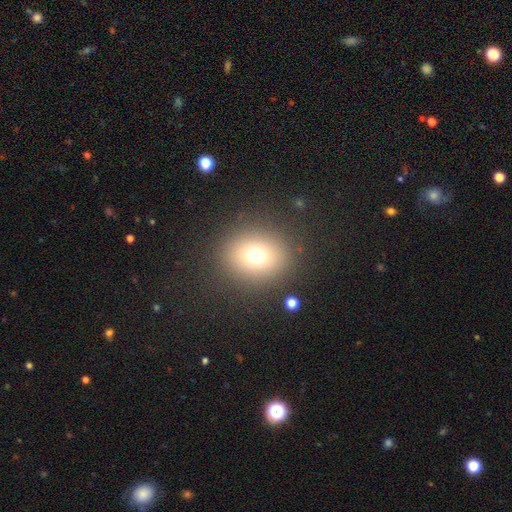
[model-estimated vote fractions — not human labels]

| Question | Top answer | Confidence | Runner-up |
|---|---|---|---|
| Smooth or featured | smooth | 69% | star or artifact (20%) |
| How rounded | round | 77% | in between (22%) |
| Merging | none | 86% | minor disturbance (7%) |